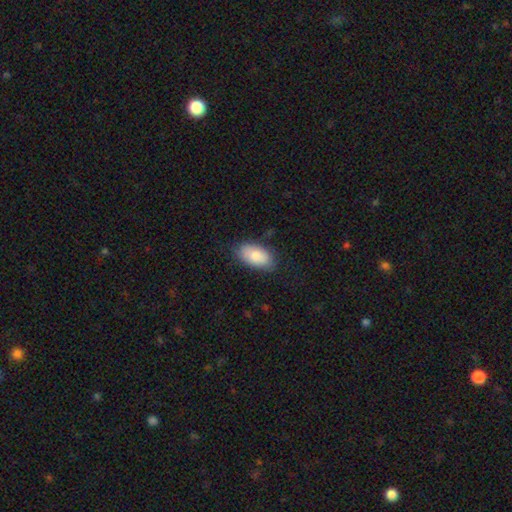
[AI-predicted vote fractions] smooth 83%, featured or disk 11%, star or artifact 6%. Down the decision tree: how rounded — in between (94%); merging — none (79%).